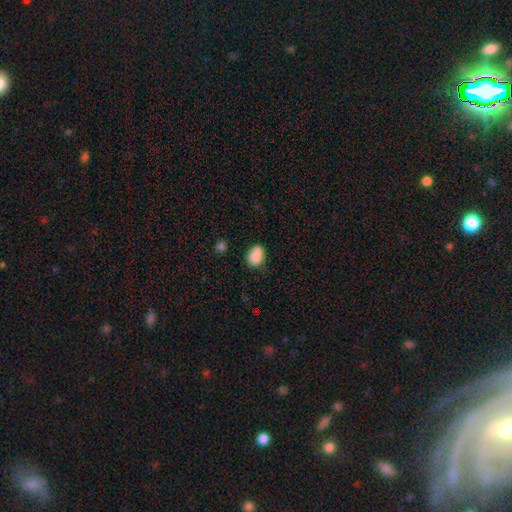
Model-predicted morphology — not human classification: smooth-or-featured: smooth: 86% | star or artifact: 9% | featured or disk: 5%
  how-rounded: in between: 65% | round: 34% | cigar-shaped: 1%
  merging: none: 66% | minor disturbance: 25% | major disturbance: 5% | merger: 4%